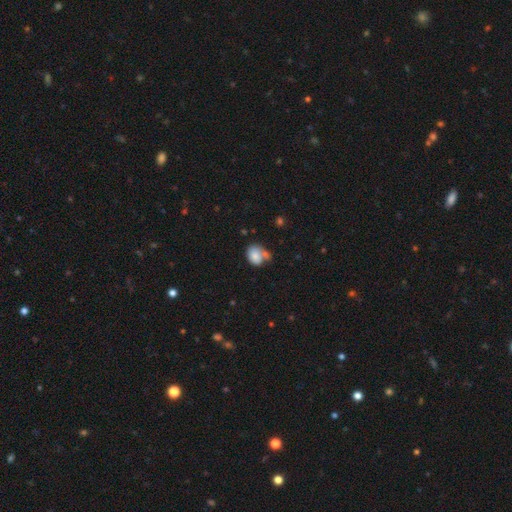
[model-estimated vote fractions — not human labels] A smooth galaxy with no disk features (79%) that is in between round and cigar-shaped (56%).

Vote fractions:
- Smooth or featured? smooth: 79% / featured or disk: 12% / star or artifact: 8%
- How rounded? in between: 56% / round: 43% / cigar-shaped: 1%
- Merging? none: 39% / merger: 30% / minor disturbance: 21% / major disturbance: 10%